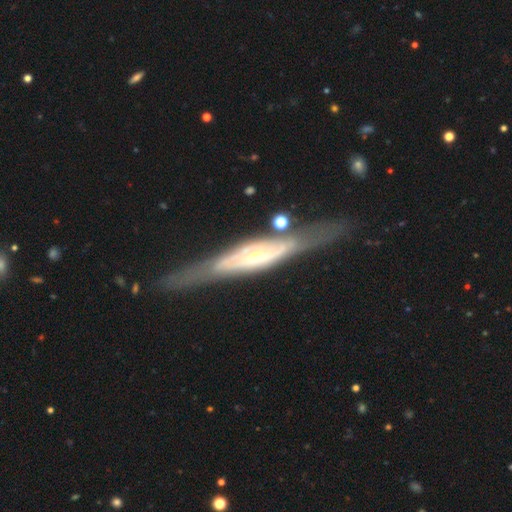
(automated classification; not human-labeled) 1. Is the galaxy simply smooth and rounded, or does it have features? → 79% featured or disk, 15% smooth, 6% star or artifact.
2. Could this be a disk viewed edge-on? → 65% yes, 35% no.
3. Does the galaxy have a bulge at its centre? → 68% rounded, 21% none, 11% boxy.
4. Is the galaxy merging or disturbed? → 73% none, 16% minor disturbance, 8% major disturbance, 4% merger.